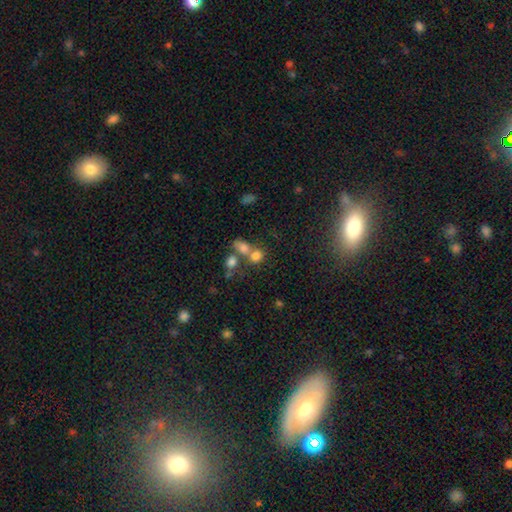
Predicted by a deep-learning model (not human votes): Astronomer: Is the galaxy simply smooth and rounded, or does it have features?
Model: smooth — 72%.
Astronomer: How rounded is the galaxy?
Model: round — 68%.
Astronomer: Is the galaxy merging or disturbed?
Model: merger — 45% (runner-up: none, 40%).